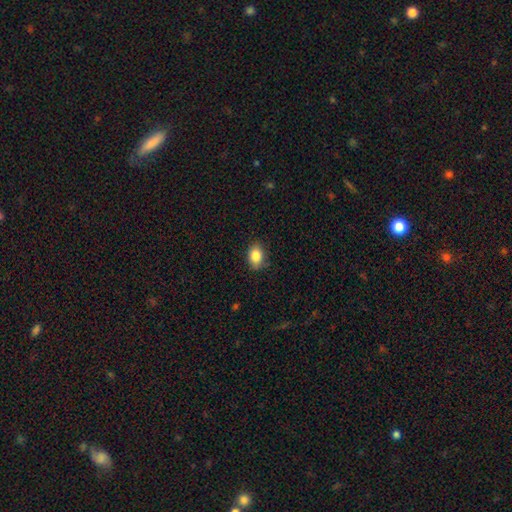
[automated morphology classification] A smooth galaxy with no disk features (85%) that is in between round and cigar-shaped (77%).

Vote fractions:
- Smooth or featured? smooth: 85% / star or artifact: 8% / featured or disk: 6%
- How rounded? in between: 77% / round: 21% / cigar-shaped: 1%
- Merging? none: 82% / minor disturbance: 14% / major disturbance: 3% / merger: 1%